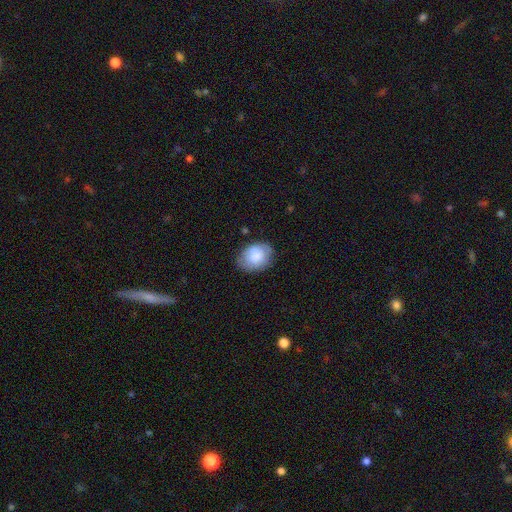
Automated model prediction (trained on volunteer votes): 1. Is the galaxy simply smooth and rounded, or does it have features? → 78% smooth, 15% featured or disk, 7% star or artifact.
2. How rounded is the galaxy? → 66% in between, 33% round, 1% cigar-shaped.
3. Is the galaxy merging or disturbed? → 71% none, 22% minor disturbance, 5% major disturbance, 1% merger.